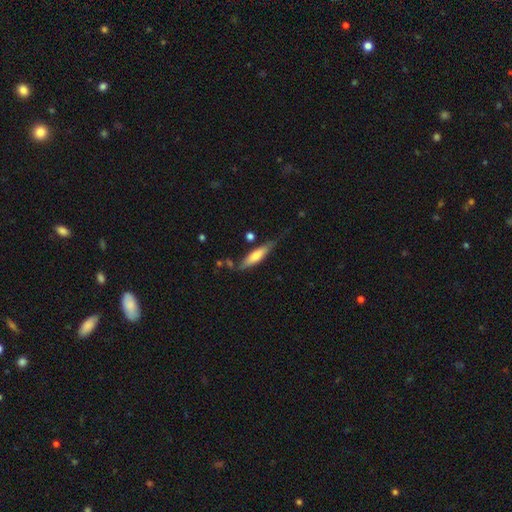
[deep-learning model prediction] This is likely a smooth galaxy (60%). How rounded: likely cigar-shaped (74%). Merging: likely none (65%).